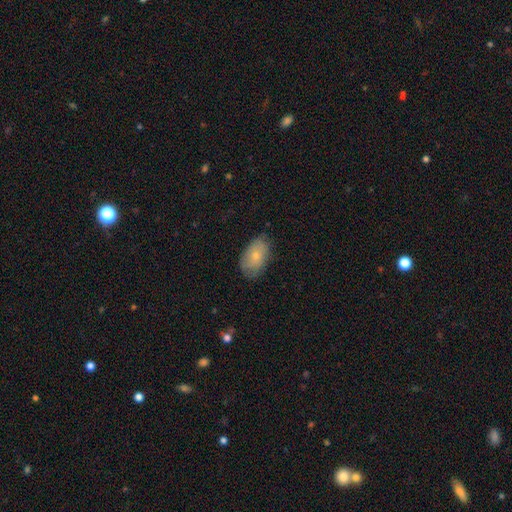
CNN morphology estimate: type=smooth (72%); roundness=in between (91%); merging=none (72%).